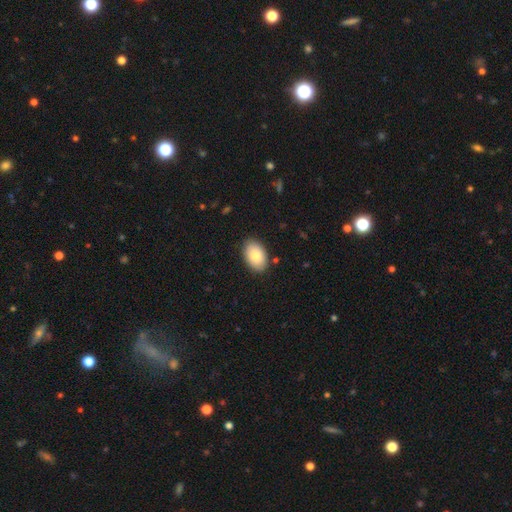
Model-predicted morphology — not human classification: Smooth or featured: smooth — 84% (featured or disk — 10%)
How rounded: in between — 91% (round — 8%)
Merging: none — 87% (minor disturbance — 10%)